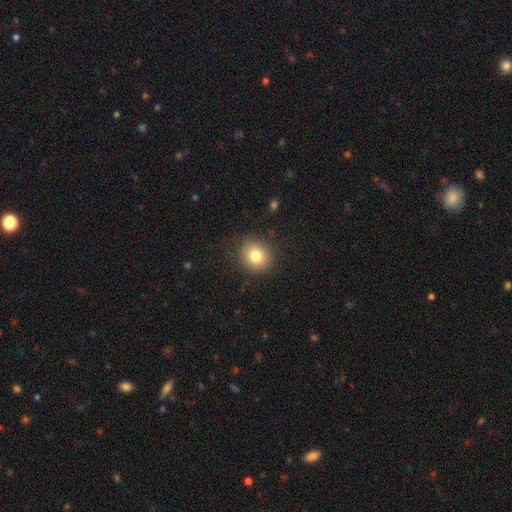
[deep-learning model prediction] Overall: smooth (80%). How rounded: round (83%). Merging: none (87%).